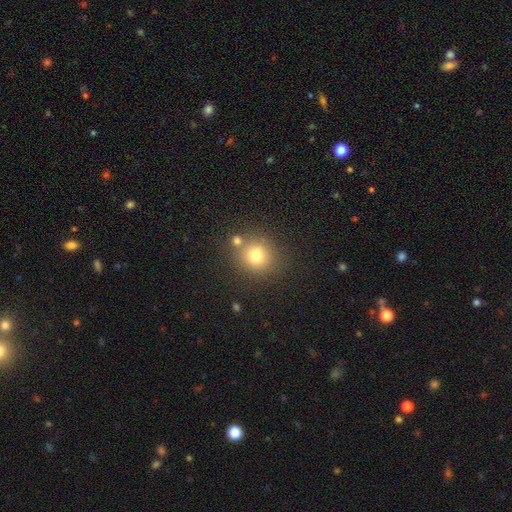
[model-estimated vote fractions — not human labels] Q: Smooth or featured?
A: smooth (76%); runner-up: star or artifact (14%)
Q: How rounded?
A: round (88%); runner-up: in between (11%)
Q: Merging?
A: none (72%); runner-up: merger (14%)